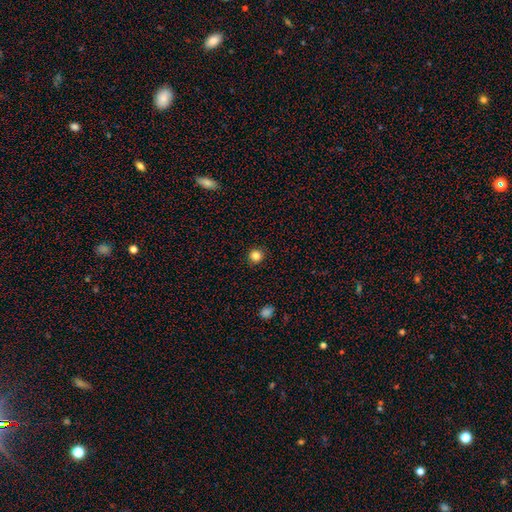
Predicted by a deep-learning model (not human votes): Smooth or featured: smooth — 84% (star or artifact — 12%)
How rounded: round — 95% (in between — 5%)
Merging: none — 92% (minor disturbance — 5%)